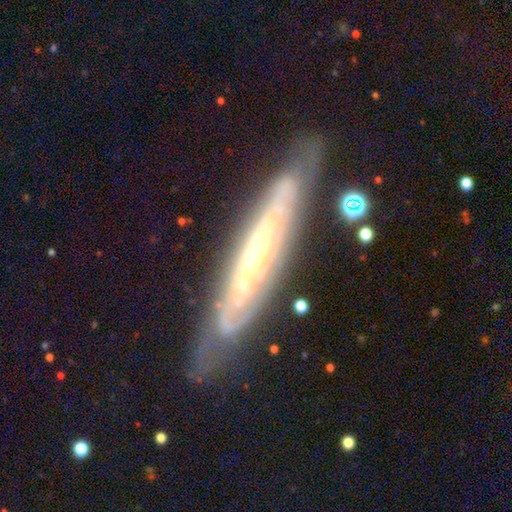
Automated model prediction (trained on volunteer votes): Smooth or featured: featured or disk — 80% (smooth — 13%)
Edge-on disk: yes — 51% (no — 49%)
Merging: none — 73% (minor disturbance — 18%)